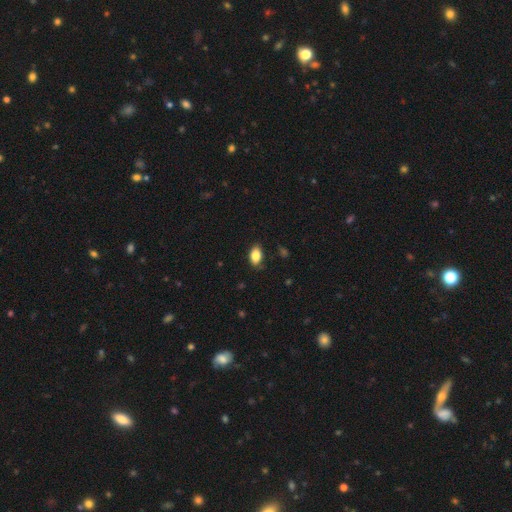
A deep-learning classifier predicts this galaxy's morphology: Overall: smooth (85%). How rounded: in between (90%). Merging: none (80%).